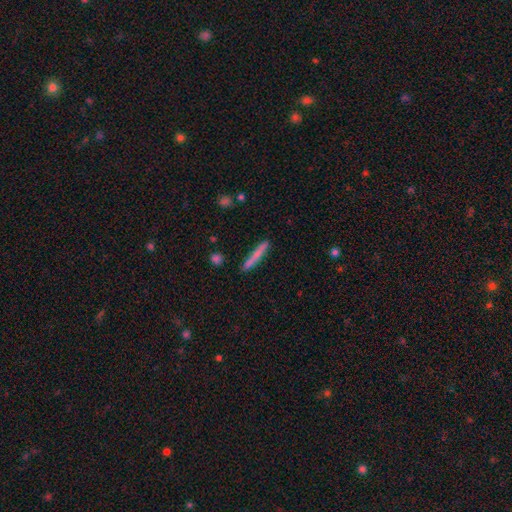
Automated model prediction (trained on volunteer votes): The model was most divided on "smooth or featured": smooth: 68%, featured or disk: 26%, star or artifact: 6%. More confident: how rounded — cigar-shaped (96%); merging — none (86%).